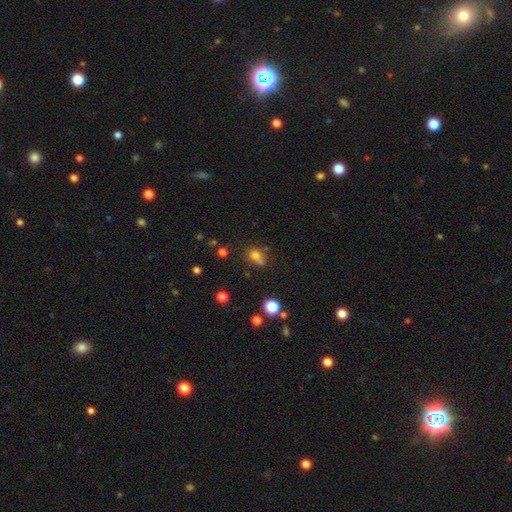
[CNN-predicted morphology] A smooth galaxy with no disk features (71%) that is round (59%). Merging: none (45%).